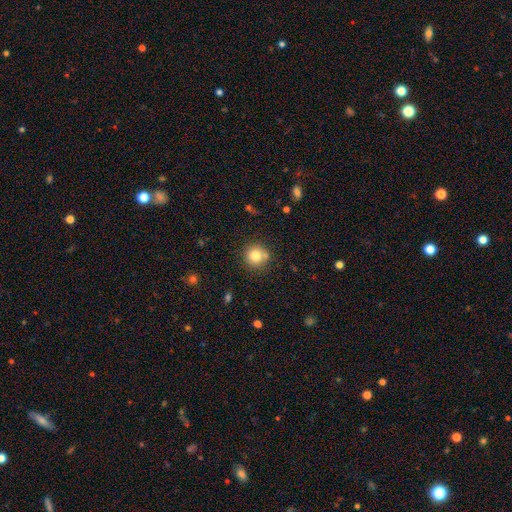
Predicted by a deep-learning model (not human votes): This is likely a smooth galaxy (79%). How rounded: clearly round (93%). Merging: likely none (76%).